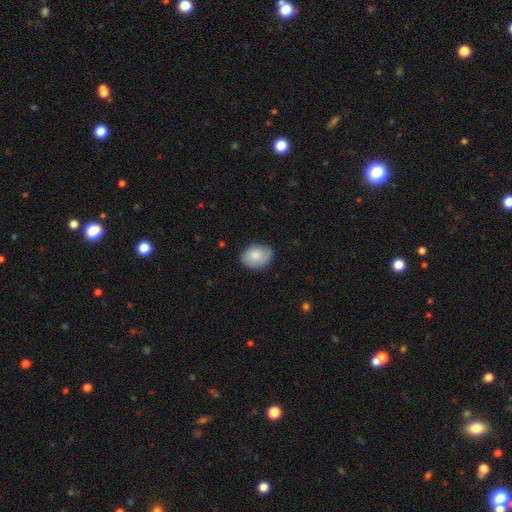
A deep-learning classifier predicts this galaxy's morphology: smooth-or-featured: smooth: 81% | featured or disk: 13% | star or artifact: 6%
  how-rounded: in between: 73% | round: 26% | cigar-shaped: 1%
  merging: none: 80% | minor disturbance: 16% | major disturbance: 3% | merger: 1%